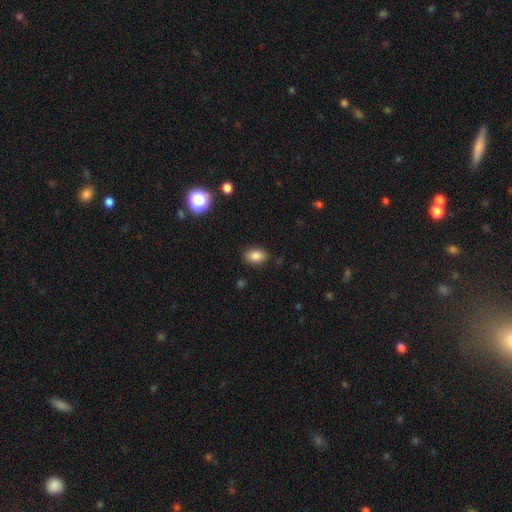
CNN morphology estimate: smooth_or_featured: smooth (p=0.84) [alt: star or artifact p=0.10]
how_rounded: in between (p=0.83) [alt: round p=0.16]
merging: none (p=0.86) [alt: minor disturbance p=0.10]